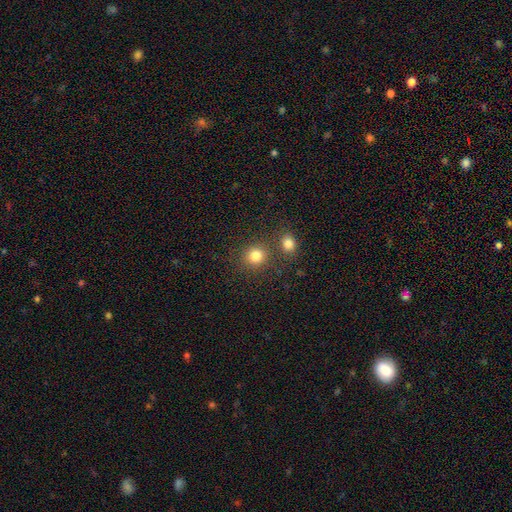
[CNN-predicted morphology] The model was most divided on "merging": none: 73%, merger: 16%, minor disturbance: 8%, major disturbance: 3%. More confident: how rounded — round (85%); smooth or featured — smooth (82%).